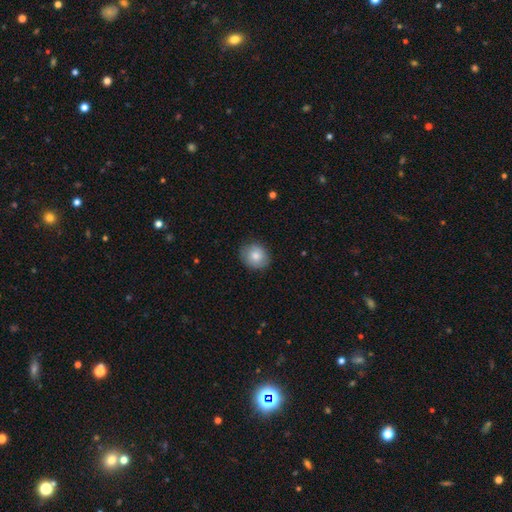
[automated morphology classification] smooth_or_featured: smooth (p=0.76) [alt: featured or disk p=0.17]
how_rounded: round (p=0.73) [alt: in between p=0.26]
merging: none (p=0.82) [alt: minor disturbance p=0.14]